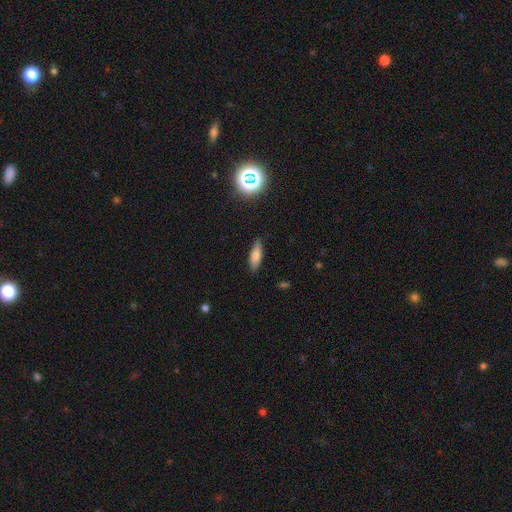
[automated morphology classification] smooth-or-featured: smooth: 78% | featured or disk: 13% | star or artifact: 9%
  how-rounded: in between: 53% | cigar-shaped: 45% | round: 2%
  merging: none: 86% | minor disturbance: 11% | major disturbance: 2% | merger: 1%